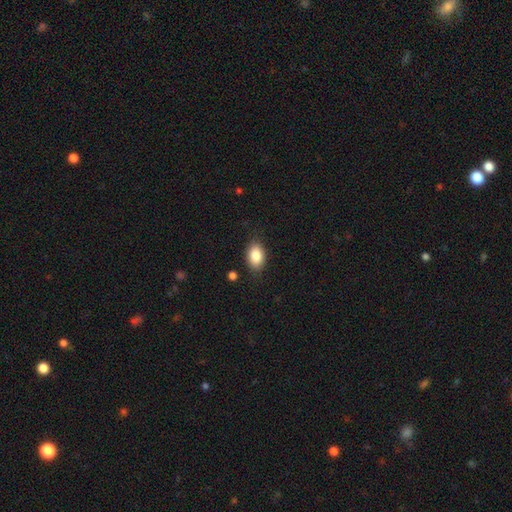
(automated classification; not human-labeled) A smooth galaxy with no disk features (86%) that is in between round and cigar-shaped (88%).

Vote fractions:
- Smooth or featured? smooth: 86% / star or artifact: 8% / featured or disk: 7%
- How rounded? in between: 88% / round: 11% / cigar-shaped: 1%
- Merging? none: 84% / minor disturbance: 11% / major disturbance: 3% / merger: 2%